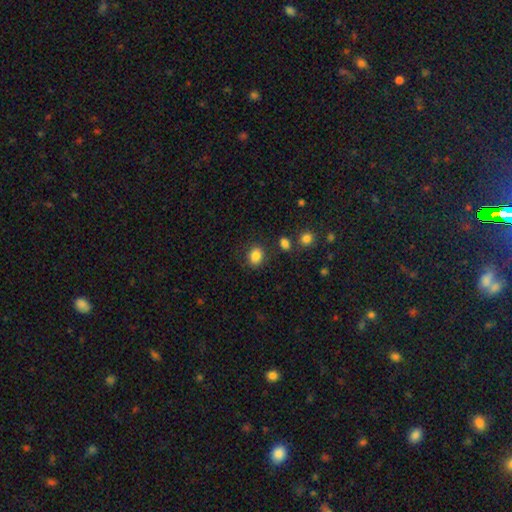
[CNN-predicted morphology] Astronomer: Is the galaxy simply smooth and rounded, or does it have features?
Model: smooth — 85%.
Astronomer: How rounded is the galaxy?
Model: round — 55% (runner-up: in between, 44%).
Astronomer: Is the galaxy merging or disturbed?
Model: none — 82%.